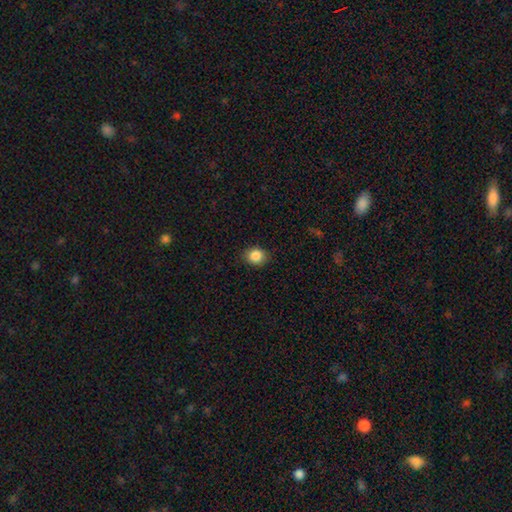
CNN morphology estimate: Overall: smooth (86%). How rounded: round (69%; in between 30%). Merging: none (87%).